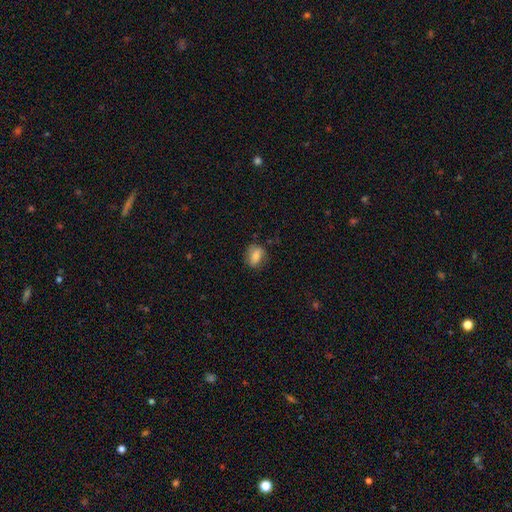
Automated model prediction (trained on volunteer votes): smooth-or-featured: smooth: 78% | featured or disk: 13% | star or artifact: 8%
  how-rounded: in between: 67% | round: 30% | cigar-shaped: 3%
  merging: none: 72% | minor disturbance: 21% | major disturbance: 6% | merger: 2%